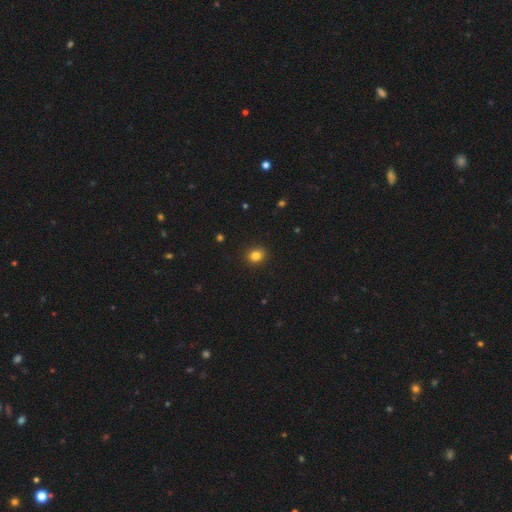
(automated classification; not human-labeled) Smooth or featured? Predicted: smooth (p=0.83). How rounded? Predicted: round (p=0.63). Merging? Predicted: none (p=0.90).